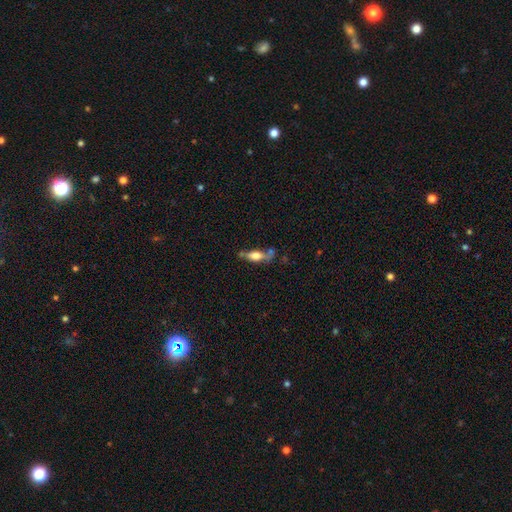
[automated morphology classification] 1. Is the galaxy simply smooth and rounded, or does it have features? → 55% smooth, 37% featured or disk, 8% star or artifact.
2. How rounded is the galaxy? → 59% in between, 37% cigar-shaped, 4% round.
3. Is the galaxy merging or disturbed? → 49% none, 23% minor disturbance, 17% merger, 11% major disturbance.